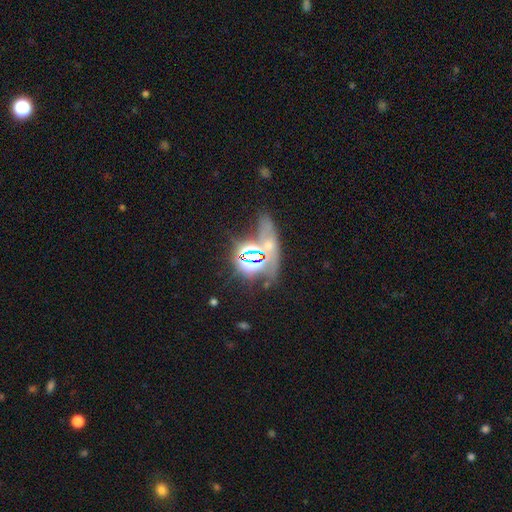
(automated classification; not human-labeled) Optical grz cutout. It shows a star or artifact, not a galaxy (63%).